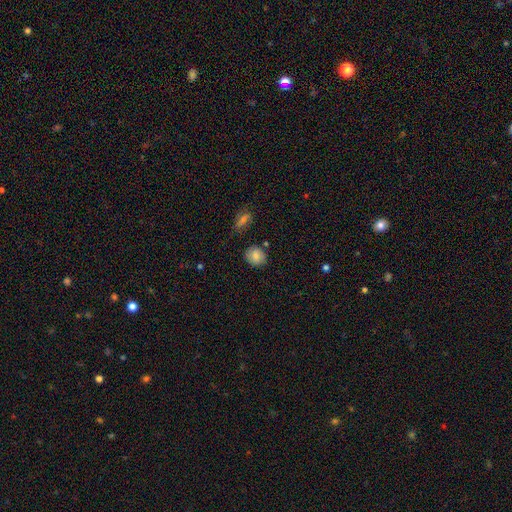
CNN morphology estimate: Smooth or featured? Predicted: smooth (p=0.80). How rounded? Predicted: round (p=0.74). Merging? Predicted: none (p=0.80).